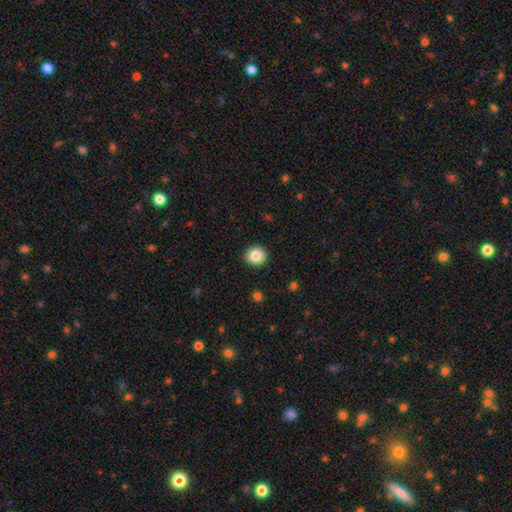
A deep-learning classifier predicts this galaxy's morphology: smooth-or-featured: smooth: 85% | star or artifact: 9% | featured or disk: 6%
  how-rounded: round: 86% | in between: 13% | cigar-shaped: 1%
  merging: none: 91% | minor disturbance: 6% | major disturbance: 2% | merger: 1%